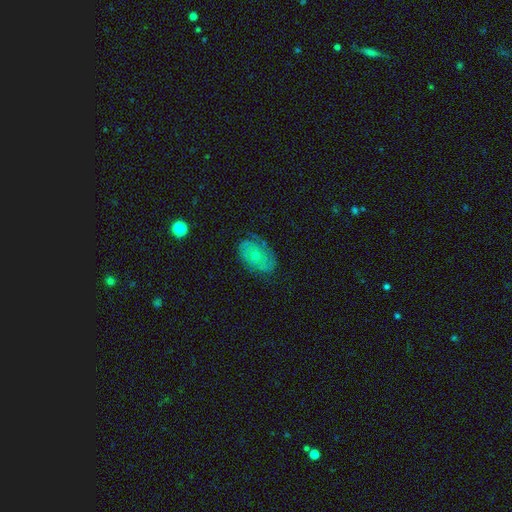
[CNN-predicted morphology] This appears to be a featured or disk galaxy (63%) with no bar (84%), spiral arms (78%) and a small central bulge (64%). Merging: none (71%).